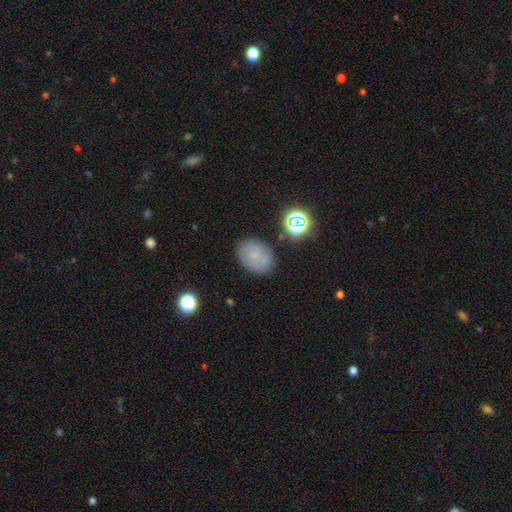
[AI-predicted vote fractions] Smooth or featured? smooth (57%)
How rounded? in between (55%)
Merging? none (79%)